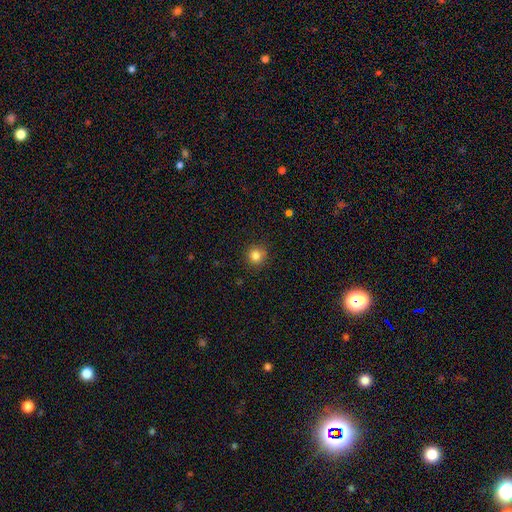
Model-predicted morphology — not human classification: smooth 84%, star or artifact 12%, featured or disk 5%. Down the decision tree: how rounded — round (93%); merging — none (89%).